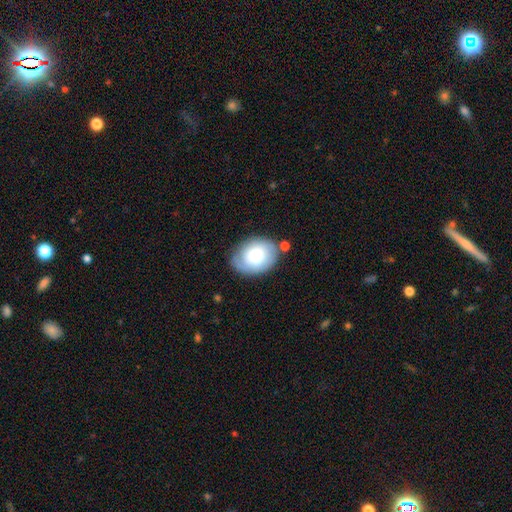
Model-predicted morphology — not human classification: The model was most divided on "how rounded": in between: 70%, round: 29%, cigar-shaped: 1%. More confident: smooth or featured — smooth (72%); merging — none (71%).